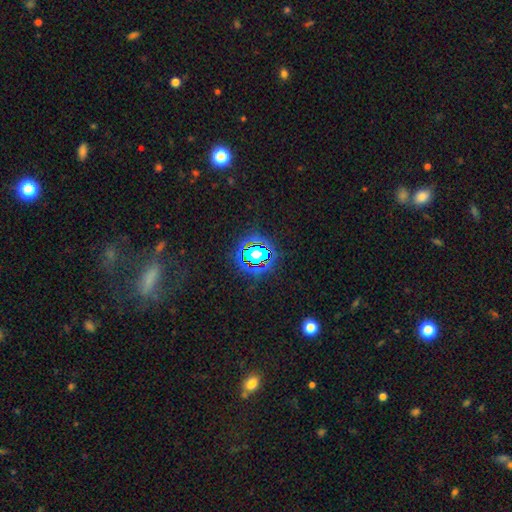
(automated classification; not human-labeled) Smooth or featured: star or artifact — 72% (smooth — 18%)